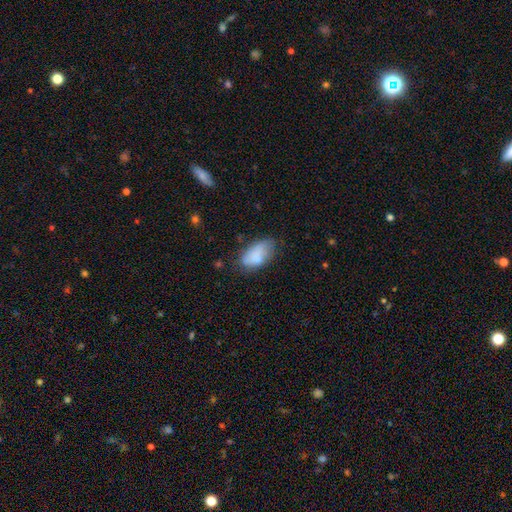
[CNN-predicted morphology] type=smooth (78%); roundness=in between (93%); merging=none (53%).